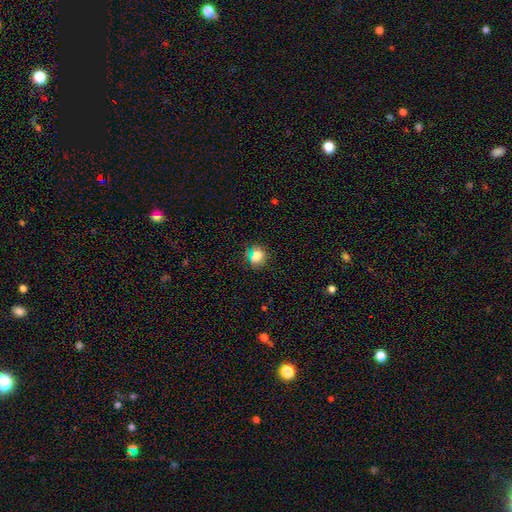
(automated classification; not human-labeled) Smooth or featured? smooth (75%)
How rounded? round (76%)
Merging? none (81%)